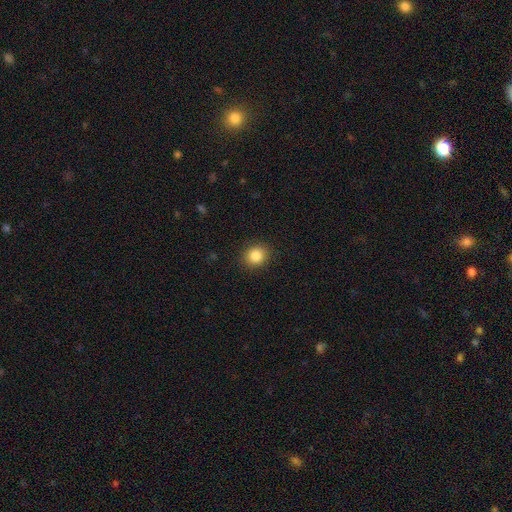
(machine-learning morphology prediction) A smooth galaxy with no disk features (86%) that is round (79%). Merging: none (90%).